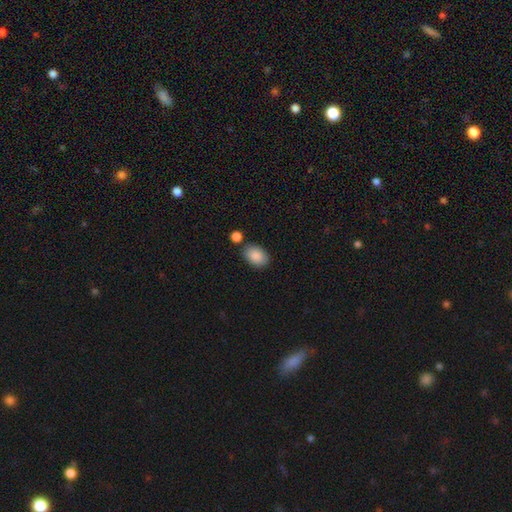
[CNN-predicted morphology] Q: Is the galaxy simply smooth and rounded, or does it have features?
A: smooth — 88%.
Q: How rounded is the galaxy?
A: in between — 86%.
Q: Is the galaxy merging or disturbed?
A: none — 77%.